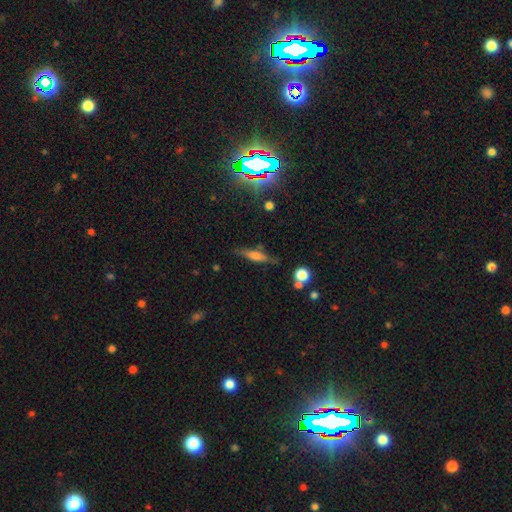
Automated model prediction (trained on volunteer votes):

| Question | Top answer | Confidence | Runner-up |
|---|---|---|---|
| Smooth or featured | smooth | 50% | featured or disk (40%) |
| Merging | none | 74% | minor disturbance (17%) |